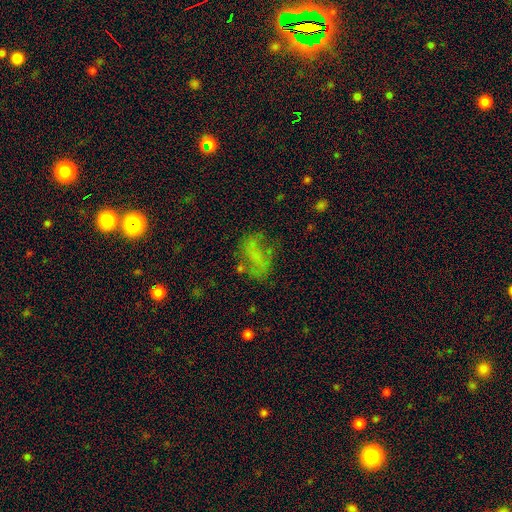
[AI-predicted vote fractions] smooth_or_featured: smooth (p=0.43) [alt: featured or disk p=0.37]
merging: none (p=0.50) [alt: major disturbance p=0.23]